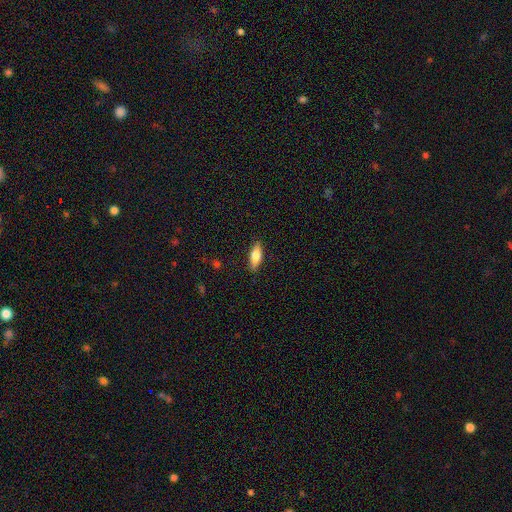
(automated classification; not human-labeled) Smooth or featured: smooth — 68% (featured or disk — 26%)
How rounded: in between — 61% (cigar-shaped — 37%)
Merging: none — 87% (minor disturbance — 9%)